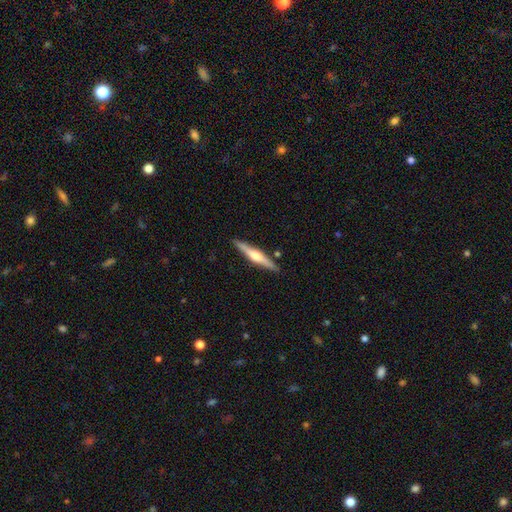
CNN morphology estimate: Smooth or featured? Predicted: featured or disk (p=0.65). Edge-on disk? Predicted: yes (p=0.97). Edge-on bulge? Predicted: rounded (p=0.87). Merging? Predicted: none (p=0.89).